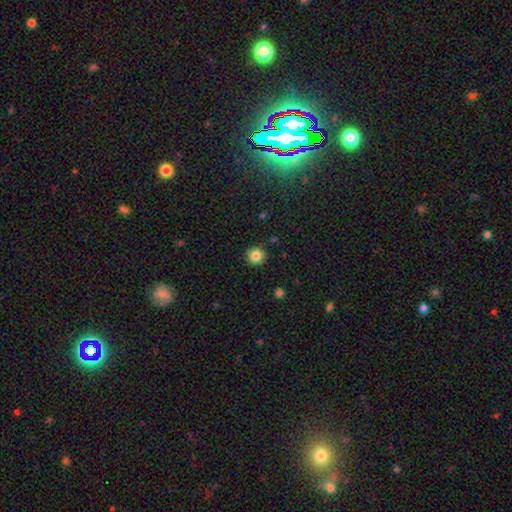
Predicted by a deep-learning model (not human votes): Smooth or featured? Predicted: smooth (p=0.84). How rounded? Predicted: round (p=0.94). Merging? Predicted: none (p=0.90).